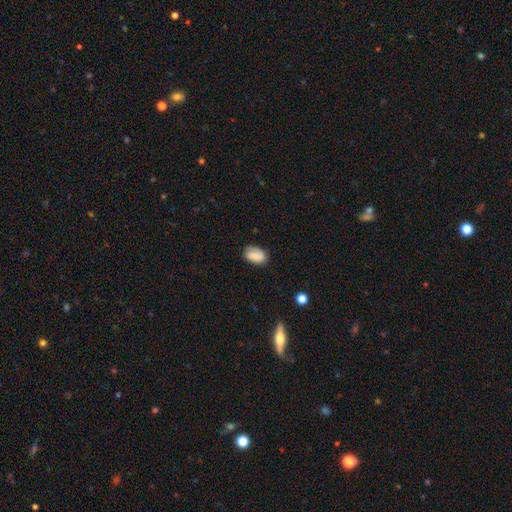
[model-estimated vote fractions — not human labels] The model was most divided on "merging": none: 74%, minor disturbance: 20%, major disturbance: 4%, merger: 2%. More confident: how rounded — in between (88%); smooth or featured — smooth (82%).